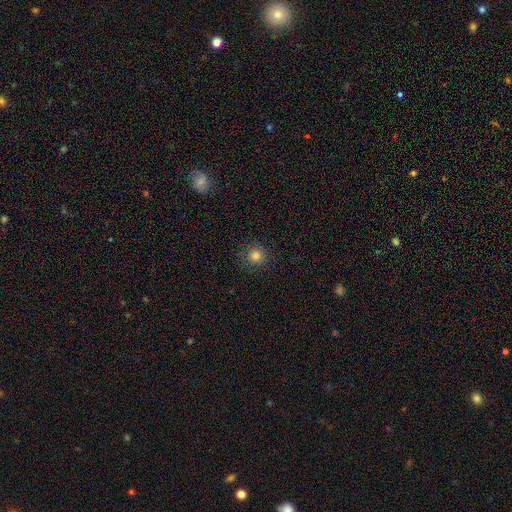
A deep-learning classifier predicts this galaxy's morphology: This appears to be a smooth galaxy with no disk features (81%) that is round (93%). Merging: none (85%).